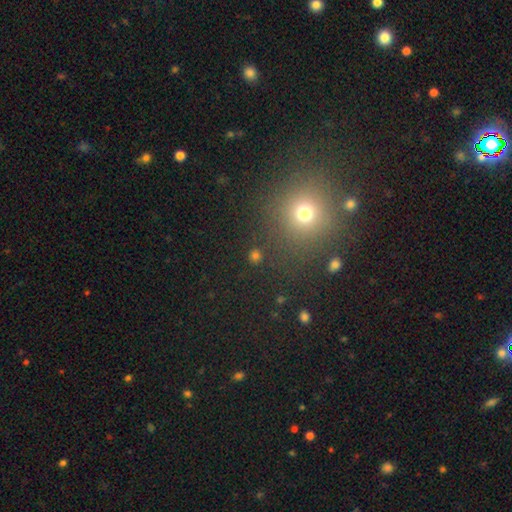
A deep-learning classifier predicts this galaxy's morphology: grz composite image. It shows a smooth galaxy with no disk features (64%) that is round (89%). Merging: none (86%).